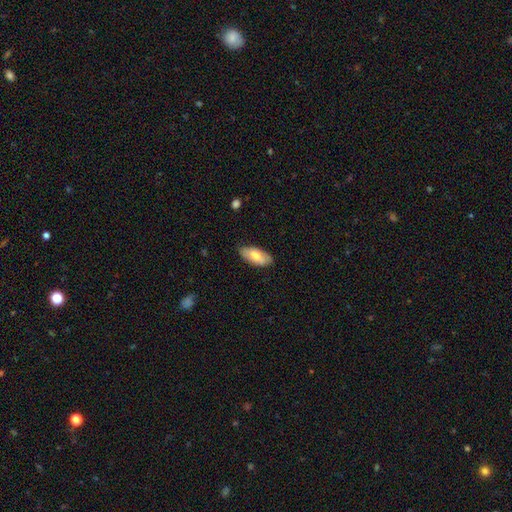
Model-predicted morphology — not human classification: type=smooth (65%); roundness=in between (91%); merging=none (81%).